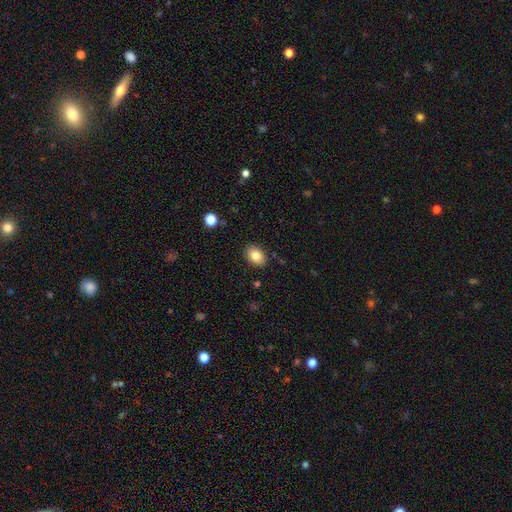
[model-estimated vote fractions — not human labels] smooth 82%, featured or disk 9%, star or artifact 9%. Down the decision tree: how rounded — in between (72%); merging — none (88%).